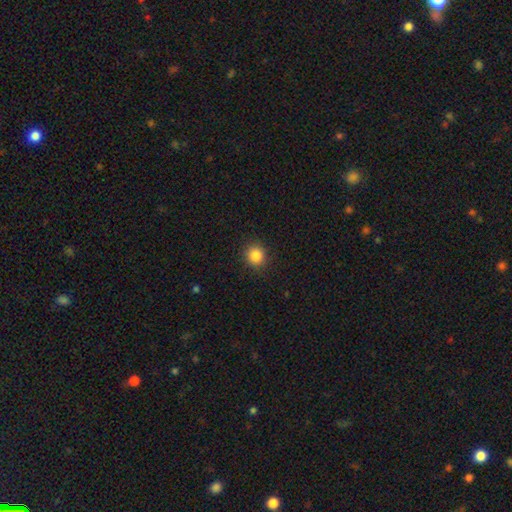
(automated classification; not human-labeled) Smooth or featured?
  - smooth: 85% *
  - star or artifact: 11%
  - featured or disk: 4%
How rounded?
  - round: 91% *
  - in between: 8%
  - cigar-shaped: 1%
Merging?
  - none: 91% *
  - minor disturbance: 6%
  - major disturbance: 2%
  - merger: 1%